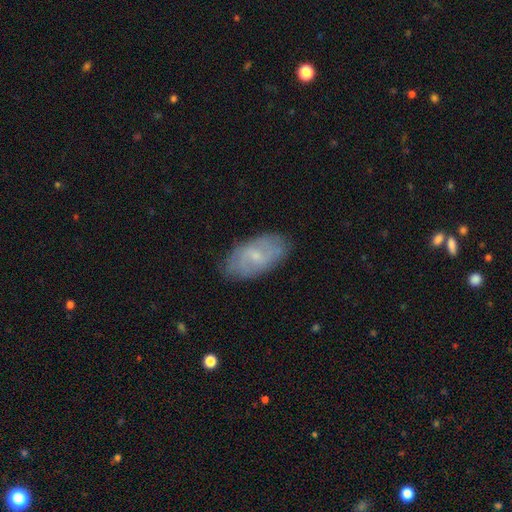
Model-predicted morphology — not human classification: Q: Smooth or featured?
A: featured or disk (58%); runner-up: smooth (34%)
Q: Edge-on disk?
A: no (93%); runner-up: yes (7%)
Q: Bar?
A: weak (49%); runner-up: no (43%)
Q: Spiral arms?
A: yes (77%); runner-up: no (23%)
Q: Bulge size?
A: small (69%); runner-up: moderate (23%)
Q: Merging?
A: none (80%); runner-up: minor disturbance (16%)